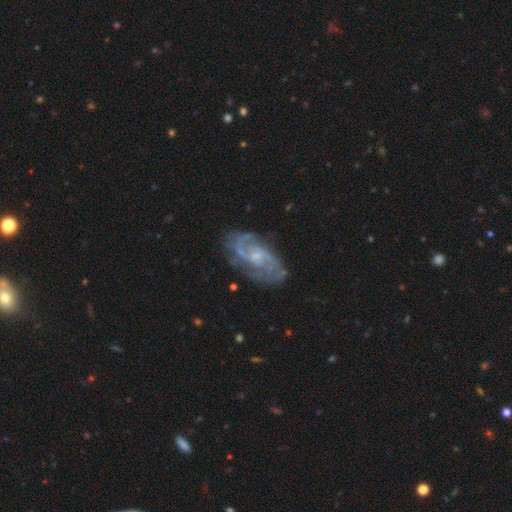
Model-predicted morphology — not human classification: Smooth or featured: featured or disk — 87% (smooth — 7%)
Edge-on disk: no — 96% (yes — 4%)
Bar: weak — 46% (tied with no — 46%)
Spiral arms: yes — 96% (no — 4%)
Spiral winding: medium — 52% (tight — 30%)
Spiral arm count: 2 — 71% (can't tell — 12%)
Bulge size: small — 61% (moderate — 25%)
Merging: none — 74% (minor disturbance — 17%)